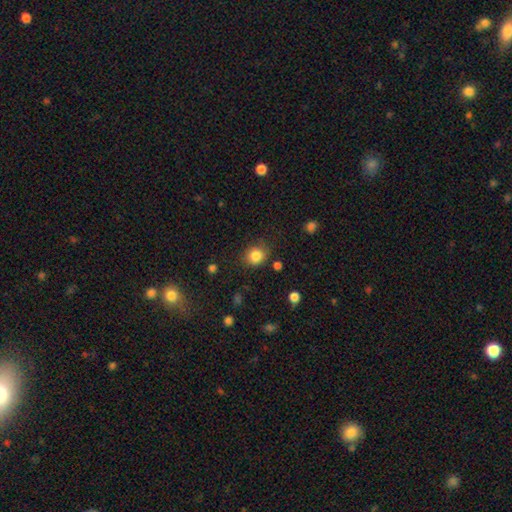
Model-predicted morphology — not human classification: This is clearly a smooth galaxy (84%). How rounded: likely round (78%). Merging: likely none (78%).